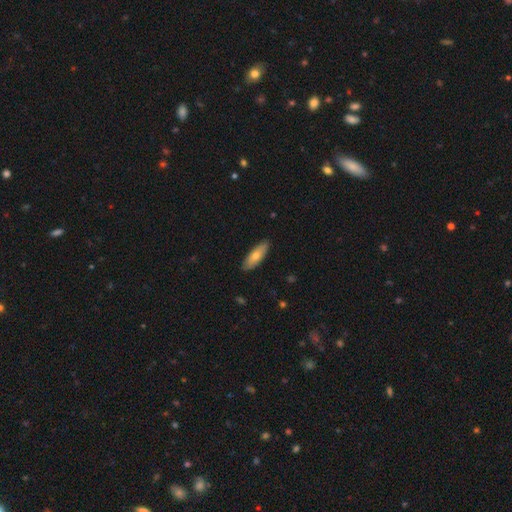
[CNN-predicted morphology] smooth_or_featured: smooth (p=0.72) [alt: featured or disk p=0.23]
how_rounded: in between (p=0.59) [alt: cigar-shaped p=0.39]
merging: none (p=0.88) [alt: minor disturbance p=0.09]